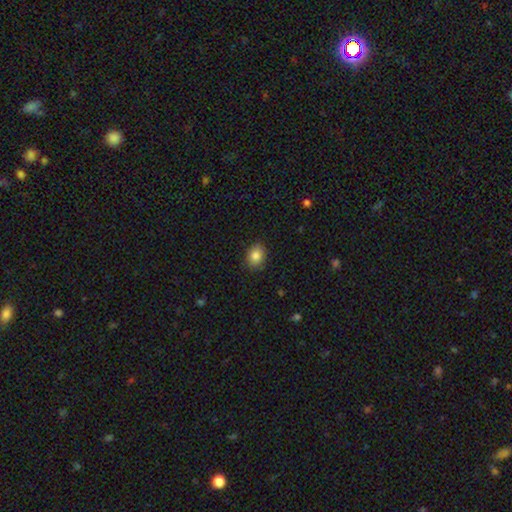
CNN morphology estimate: Smooth or featured? Predicted: smooth (p=0.85). How rounded? Predicted: round (p=0.50). Merging? Predicted: none (p=0.86).